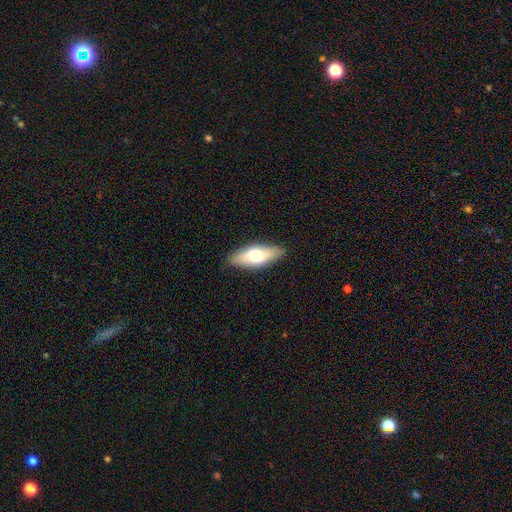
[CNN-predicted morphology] Smooth or featured? Predicted: smooth (p=0.61). How rounded? Predicted: in between (p=0.71). Merging? Predicted: none (p=0.86).